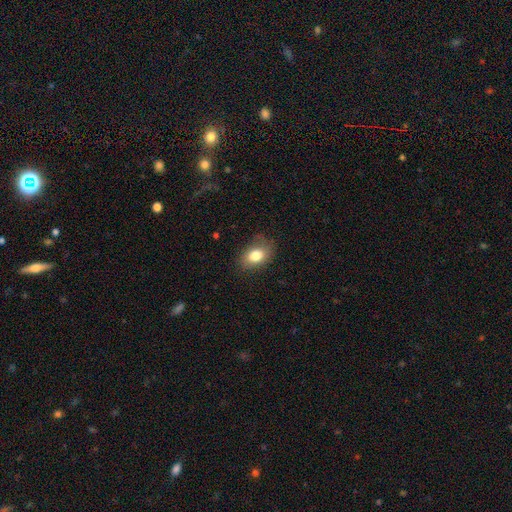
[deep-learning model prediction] Smooth or featured? Predicted: smooth (p=0.81). How rounded? Predicted: in between (p=0.82). Merging? Predicted: none (p=0.76).